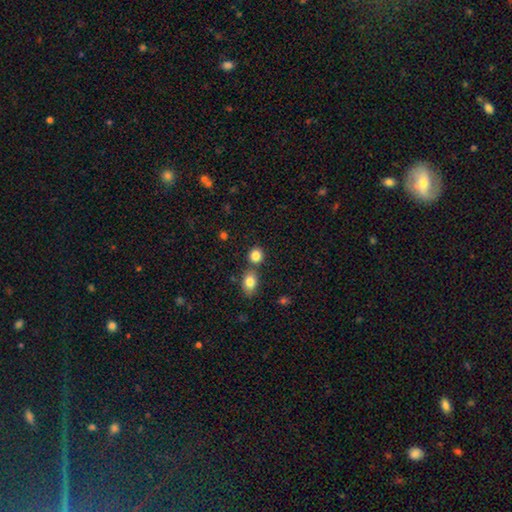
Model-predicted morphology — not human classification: Smooth or featured? smooth (85%)
How rounded? round (76%)
Merging? none (66%)